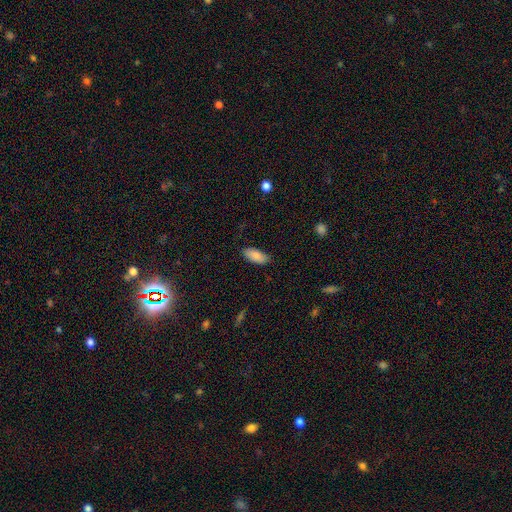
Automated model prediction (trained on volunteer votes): This is clearly a smooth galaxy (86%). How rounded: clearly in between (89%). Merging: clearly none (84%).